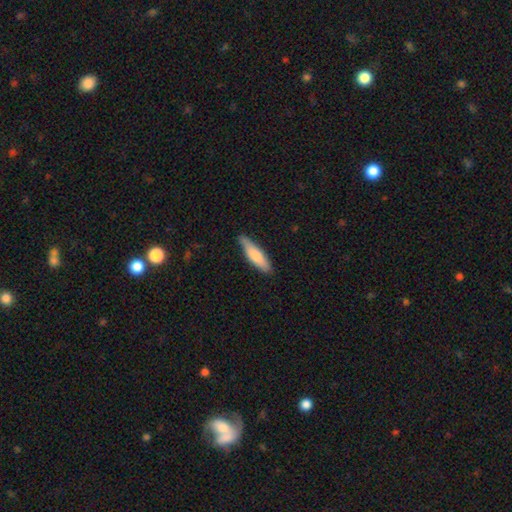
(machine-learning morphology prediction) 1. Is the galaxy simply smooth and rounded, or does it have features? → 77% smooth, 18% featured or disk, 5% star or artifact.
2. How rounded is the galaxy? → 69% cigar-shaped, 30% in between, 2% round.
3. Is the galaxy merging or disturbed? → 80% none, 16% minor disturbance, 2% major disturbance, 1% merger.